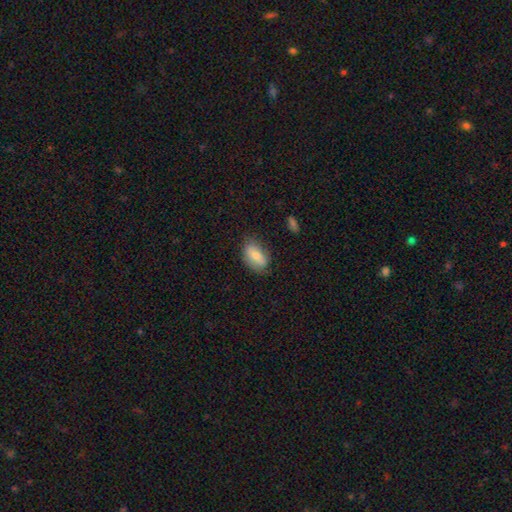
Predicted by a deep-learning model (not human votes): The model was most divided on "merging": none: 71%, minor disturbance: 22%, major disturbance: 5%, merger: 2%. More confident: how rounded — in between (89%); smooth or featured — smooth (74%).